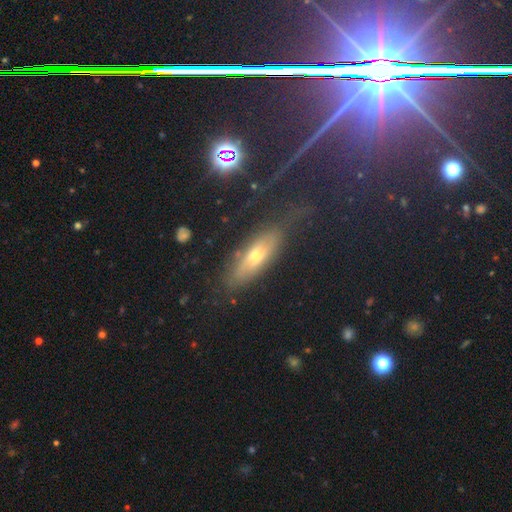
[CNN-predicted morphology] Overall: featured or disk (40%; smooth 36%). Merging: none (79%).